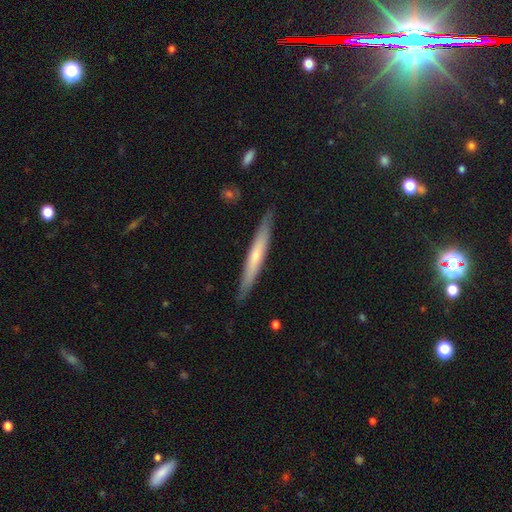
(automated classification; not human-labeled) A smooth galaxy with no disk features (48%).

Vote fractions:
- Smooth or featured? smooth: 48% / featured or disk: 46% / star or artifact: 5%
- Merging? none: 88% / minor disturbance: 9% / major disturbance: 2% / merger: 1%